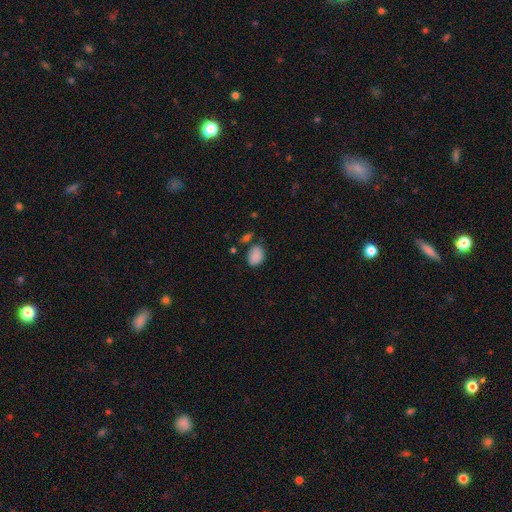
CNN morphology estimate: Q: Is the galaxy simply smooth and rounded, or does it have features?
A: smooth — 87%.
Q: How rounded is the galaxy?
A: in between — 74%.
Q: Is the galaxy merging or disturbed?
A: none — 65%.